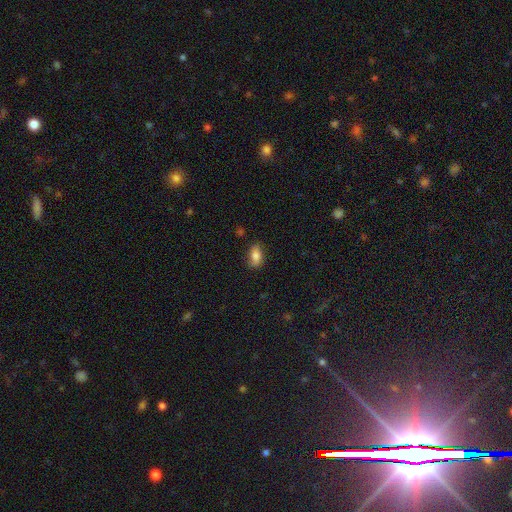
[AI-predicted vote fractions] The model was most divided on "merging": none: 80%, minor disturbance: 16%, major disturbance: 3%, merger: 1%. More confident: how rounded — in between (88%); smooth or featured — smooth (81%).